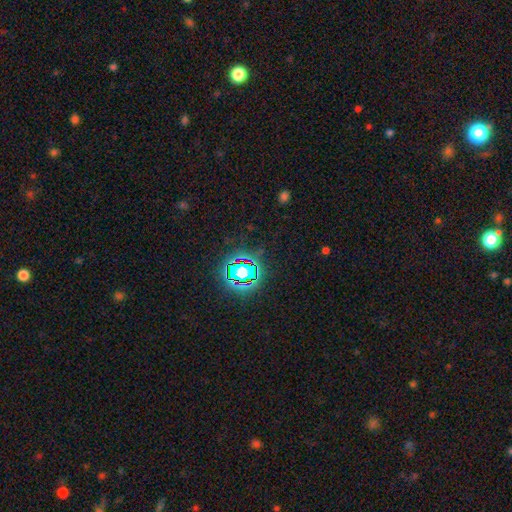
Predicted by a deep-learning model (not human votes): The model was most divided on "smooth or featured": star or artifact: 77%, smooth: 16%, featured or disk: 8%.